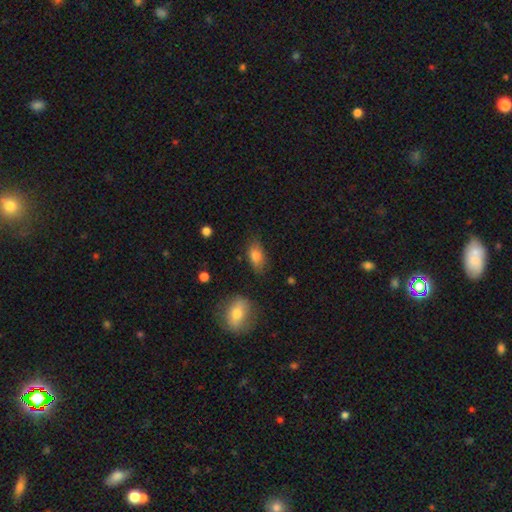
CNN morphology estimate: type=smooth (81%); roundness=in between (89%); merging=none (76%).